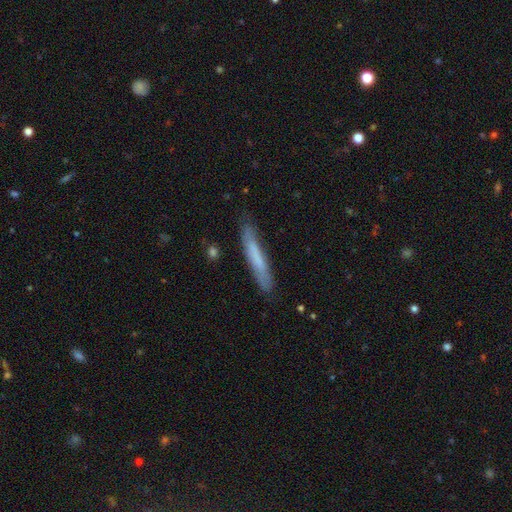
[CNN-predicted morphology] Smooth or featured? Predicted: smooth (p=0.61). How rounded? Predicted: cigar-shaped (p=0.94). Merging? Predicted: none (p=0.81).